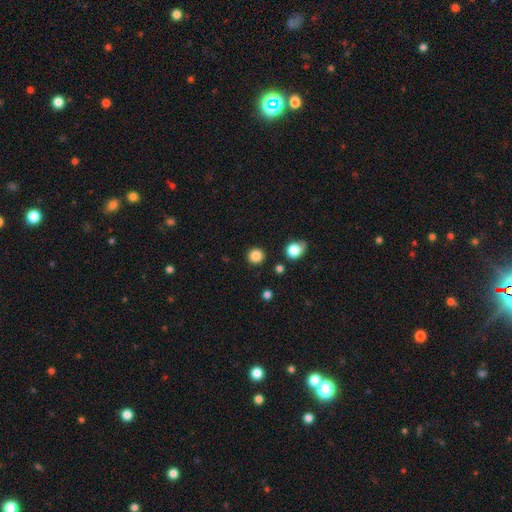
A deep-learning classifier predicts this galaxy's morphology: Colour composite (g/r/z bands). It shows a smooth galaxy with no disk features (85%) that is round (93%). Merging: none (89%).